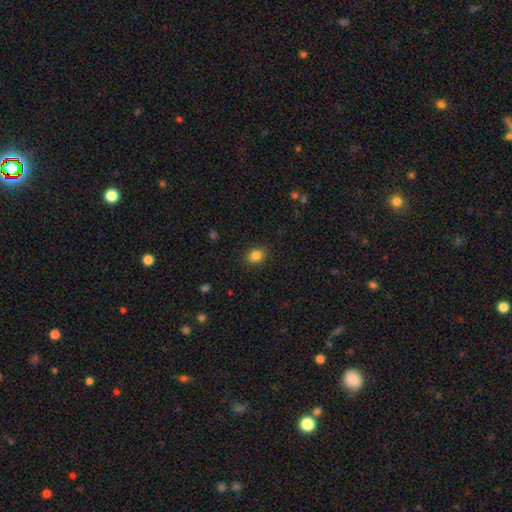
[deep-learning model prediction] smooth_or_featured: smooth (p=0.85) [alt: star or artifact p=0.11]
how_rounded: round (p=0.52) [alt: in between p=0.47]
merging: none (p=0.89) [alt: minor disturbance p=0.08]